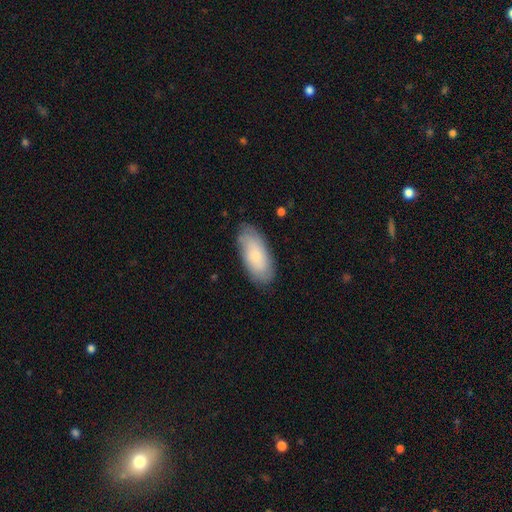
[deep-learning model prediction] smooth 64%, featured or disk 29%, star or artifact 7%. Down the decision tree: how rounded — in between (85%); merging — none (78%).